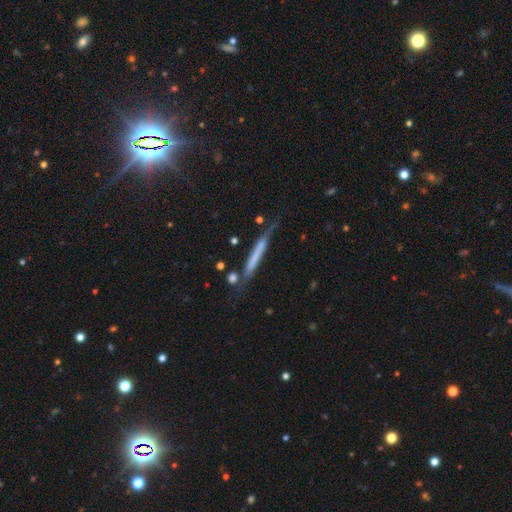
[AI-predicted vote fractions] This is possibly a featured or disk galaxy (49%). Merging: likely none (62%).